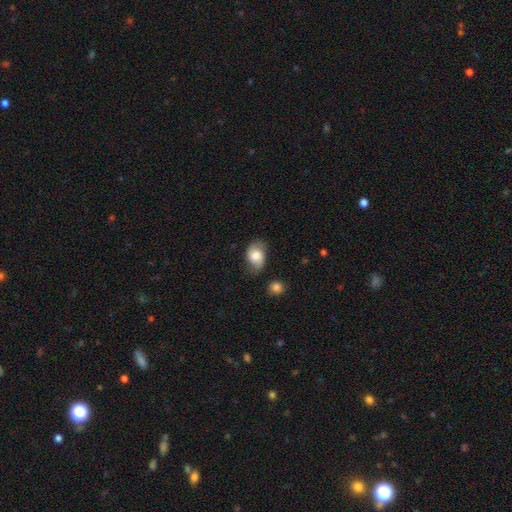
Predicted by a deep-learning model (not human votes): This appears to be a smooth galaxy with no disk features (68%) that is in between round and cigar-shaped (76%). Merging: none (60%).